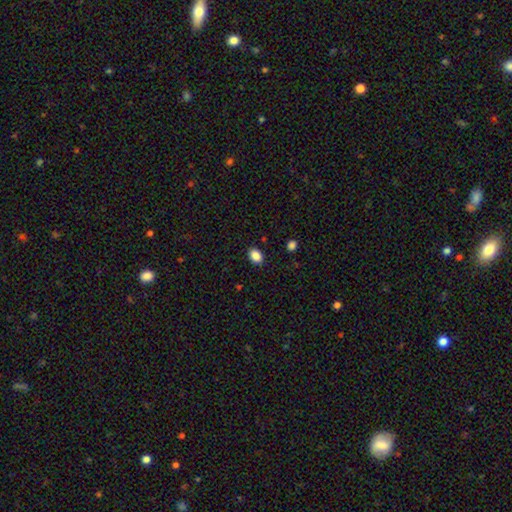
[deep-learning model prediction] Q: Smooth or featured?
A: smooth (88%); runner-up: star or artifact (9%)
Q: How rounded?
A: in between (70%); runner-up: round (29%)
Q: Merging?
A: none (89%); runner-up: minor disturbance (8%)